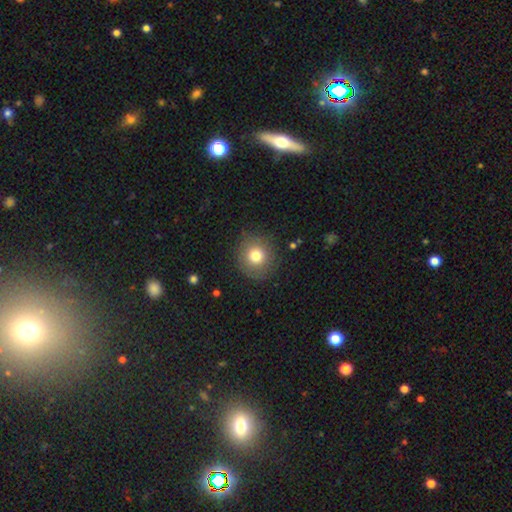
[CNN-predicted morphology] Q: Smooth or featured?
A: smooth (77%); runner-up: featured or disk (12%)
Q: How rounded?
A: round (90%); runner-up: in between (9%)
Q: Merging?
A: none (86%); runner-up: minor disturbance (9%)